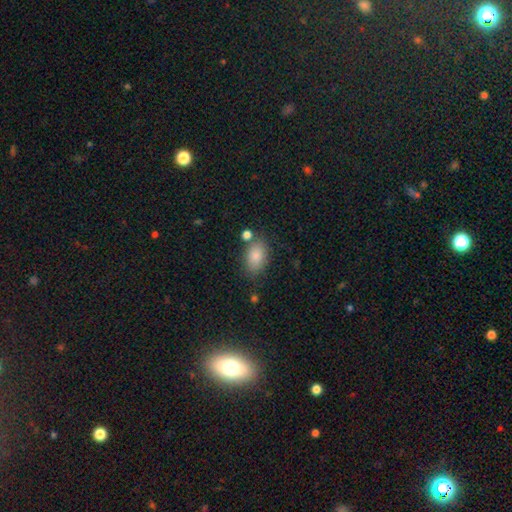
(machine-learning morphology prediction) Smooth or featured? smooth (85%)
How rounded? in between (87%)
Merging? none (71%)